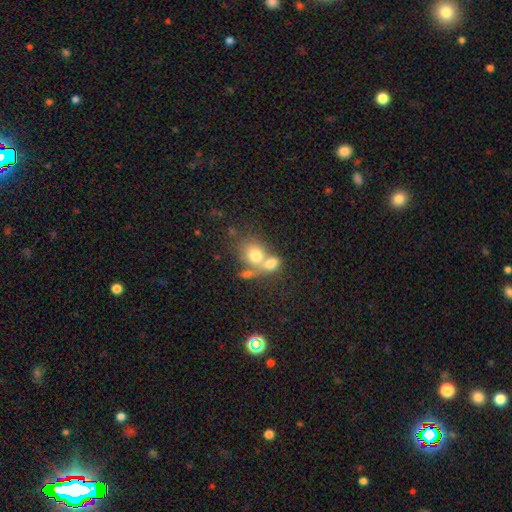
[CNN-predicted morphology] smooth_or_featured: smooth (p=0.72) [alt: featured or disk p=0.17]
how_rounded: round (p=0.60) [alt: in between p=0.39]
merging: merger (p=0.60) [alt: none p=0.28]